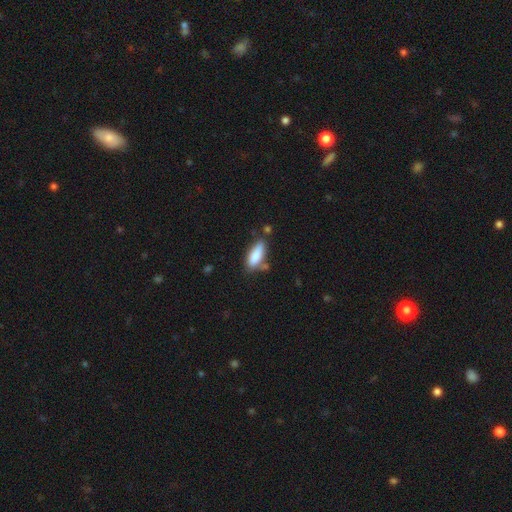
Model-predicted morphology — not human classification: Smooth or featured? Predicted: smooth (p=0.84). How rounded? Predicted: in between (p=0.65). Merging? Predicted: none (p=0.64).